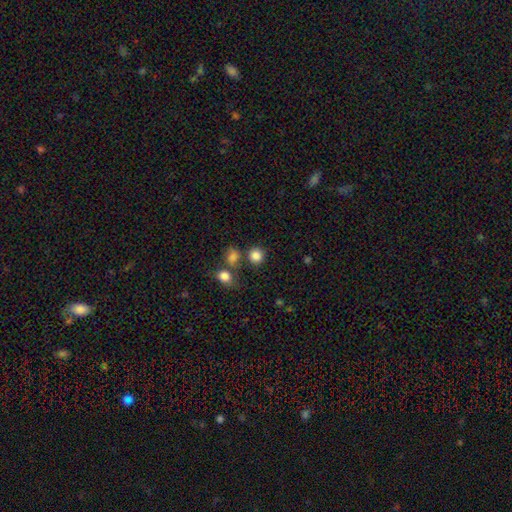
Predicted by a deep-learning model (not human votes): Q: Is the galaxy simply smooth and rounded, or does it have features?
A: smooth — 84%.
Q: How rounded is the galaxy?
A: round — 87%.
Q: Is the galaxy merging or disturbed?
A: none — 73%.